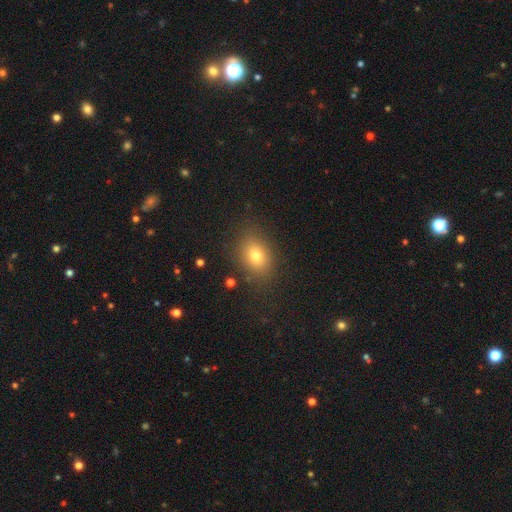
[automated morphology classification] A smooth galaxy with no disk features (77%) that is in between round and cigar-shaped (72%). Merging: none (82%).